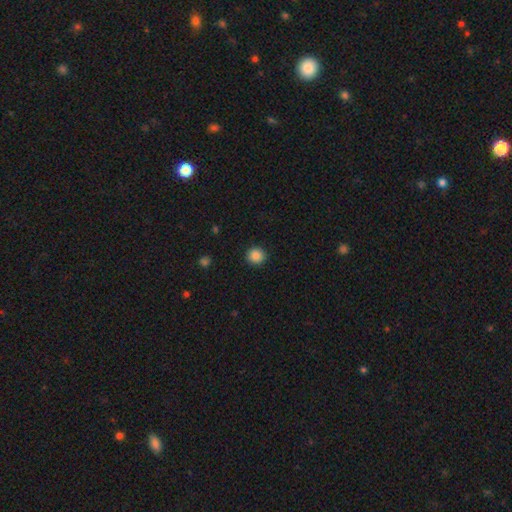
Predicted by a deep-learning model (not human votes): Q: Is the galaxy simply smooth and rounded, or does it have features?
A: smooth — 86%.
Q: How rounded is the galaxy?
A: round — 92%.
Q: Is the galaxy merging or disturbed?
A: none — 92%.